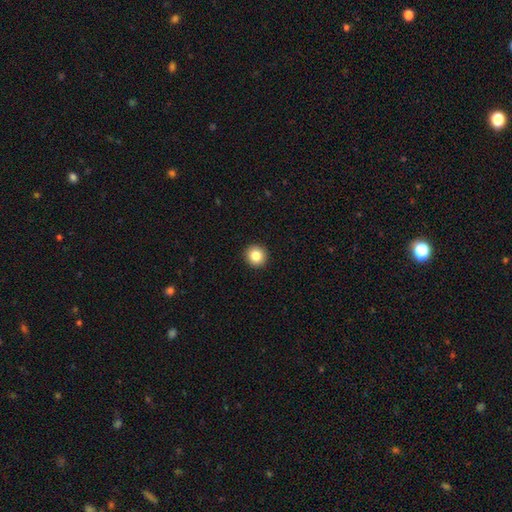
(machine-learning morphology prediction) The model was most divided on "smooth or featured": smooth: 85%, star or artifact: 10%, featured or disk: 6%. More confident: how rounded — round (94%); merging — none (93%).